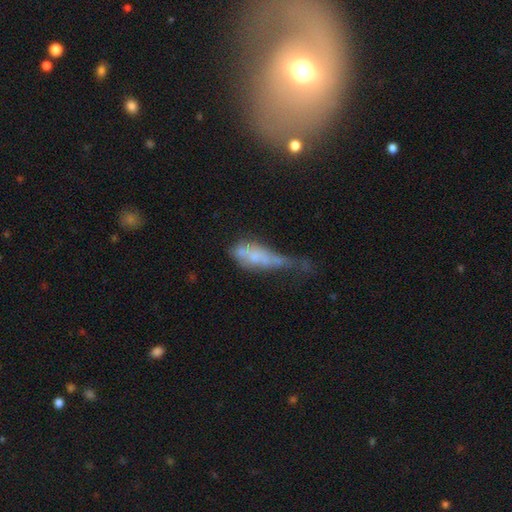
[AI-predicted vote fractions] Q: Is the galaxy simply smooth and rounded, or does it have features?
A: smooth — 49%.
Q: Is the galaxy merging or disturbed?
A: major disturbance — 41%.